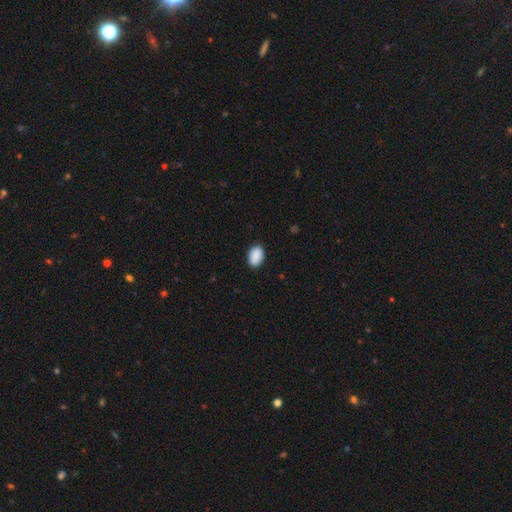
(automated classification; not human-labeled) A smooth galaxy with no disk features (90%) that is in between round and cigar-shaped (88%). Merging: none (87%).